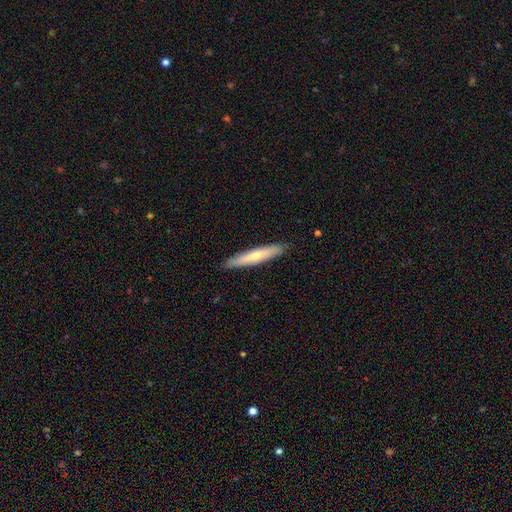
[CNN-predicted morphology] Smooth or featured? featured or disk (50%)
Merging? none (91%)